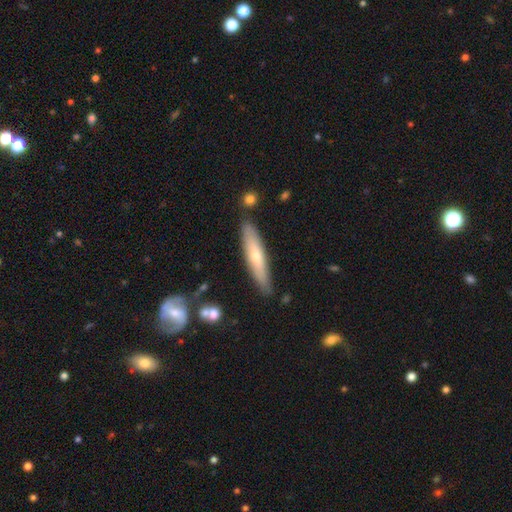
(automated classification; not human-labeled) Smooth or featured: smooth — 49% (featured or disk — 45%)
Merging: none — 82% (minor disturbance — 12%)